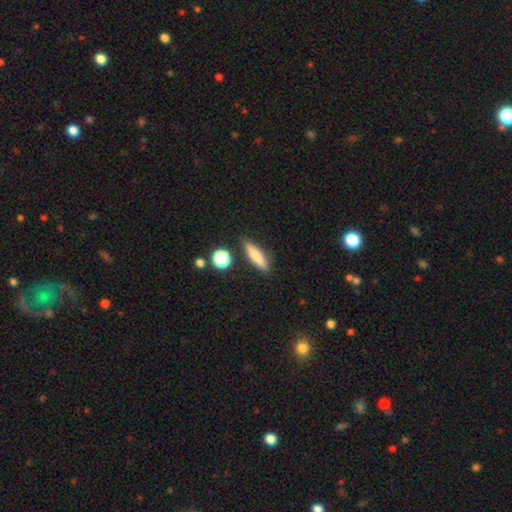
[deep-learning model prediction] Smooth or featured: smooth — 73% (featured or disk — 20%)
How rounded: cigar-shaped — 72% (in between — 24%)
Merging: none — 84% (minor disturbance — 10%)